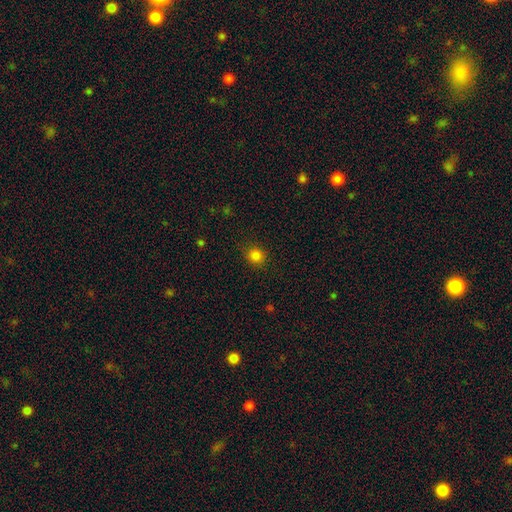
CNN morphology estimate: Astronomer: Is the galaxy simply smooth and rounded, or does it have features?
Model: smooth — 83%.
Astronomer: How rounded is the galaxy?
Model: round — 87%.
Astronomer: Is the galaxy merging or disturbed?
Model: none — 88%.